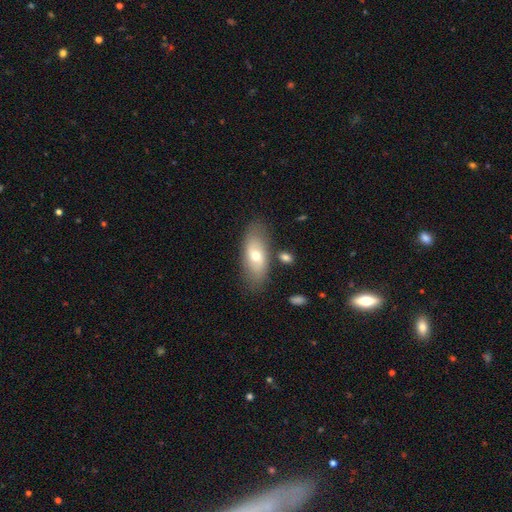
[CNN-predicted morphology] Smooth or featured? Predicted: smooth (p=0.57). How rounded? Predicted: in between (p=0.85). Merging? Predicted: none (p=0.77).